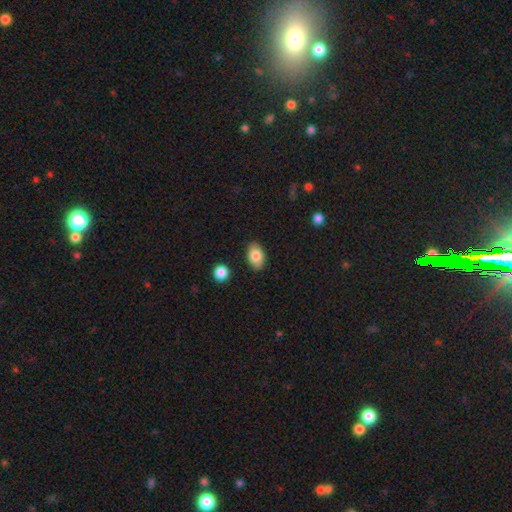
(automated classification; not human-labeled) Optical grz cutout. It shows a smooth galaxy with no disk features (81%) that is in between round and cigar-shaped (90%). Merging: none (87%).